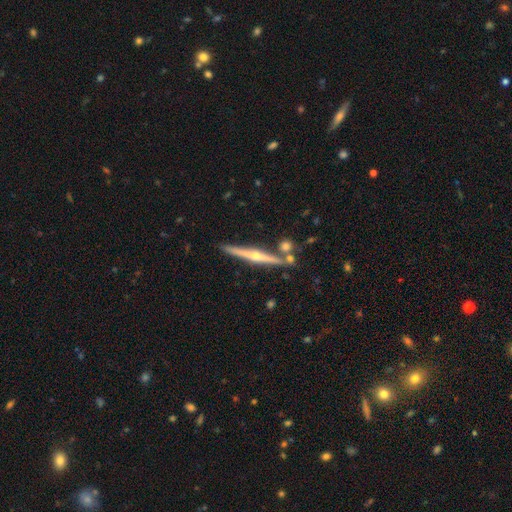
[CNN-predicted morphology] A featured or disk galaxy (81%) viewed edge-on (98%) with a rounded central bulge (91%).

Vote fractions:
- Smooth or featured? featured or disk: 81% / smooth: 13% / star or artifact: 6%
- Edge-on disk? yes: 98% / no: 2%
- Edge-on bulge? rounded: 91% / none: 7% / boxy: 3%
- Merging? none: 84% / minor disturbance: 8% / merger: 7% / major disturbance: 2%